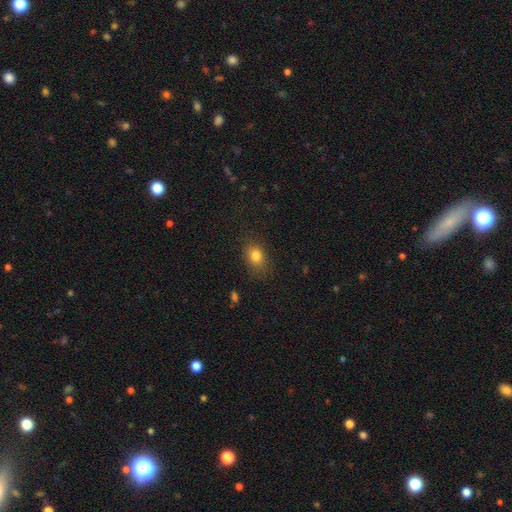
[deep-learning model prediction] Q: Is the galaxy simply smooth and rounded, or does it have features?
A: smooth — 82%.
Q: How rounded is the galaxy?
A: in between — 66%.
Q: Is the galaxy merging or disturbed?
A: none — 82%.